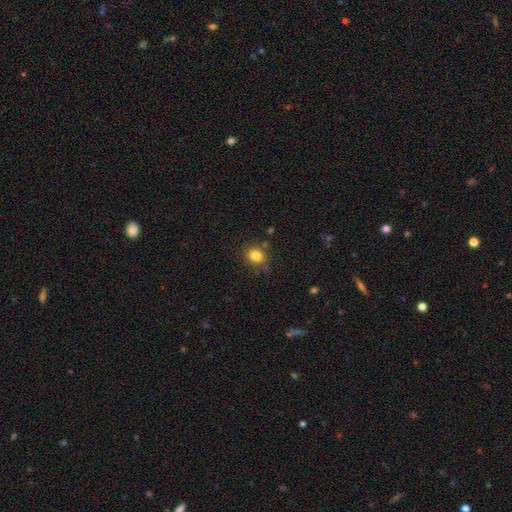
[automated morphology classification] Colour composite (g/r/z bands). It shows a smooth galaxy with no disk features (83%) that is round (66%). Merging: none (80%).